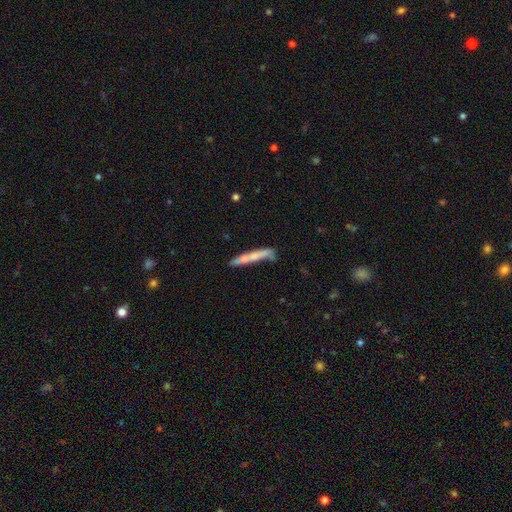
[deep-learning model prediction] This is possibly a smooth galaxy (55%). How rounded: clearly cigar-shaped (91%). Merging: possibly none (50%).